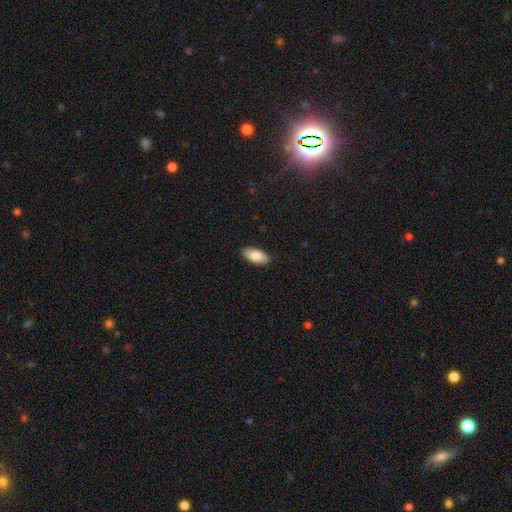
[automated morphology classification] Smooth or featured? Predicted: smooth (p=0.86). How rounded? Predicted: in between (p=0.90). Merging? Predicted: none (p=0.89).